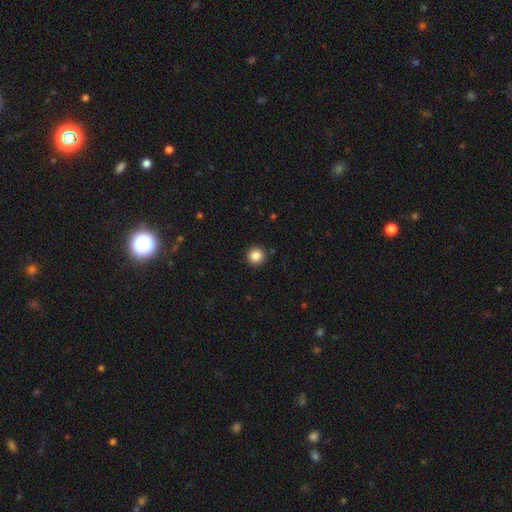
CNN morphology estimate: Overall: smooth (86%). How rounded: round (95%). Merging: none (92%).